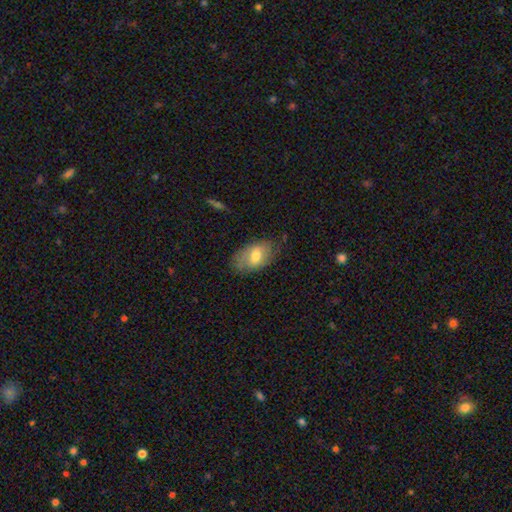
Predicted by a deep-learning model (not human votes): Smooth or featured? Predicted: smooth (p=0.69). How rounded? Predicted: in between (p=0.92). Merging? Predicted: none (p=0.69).